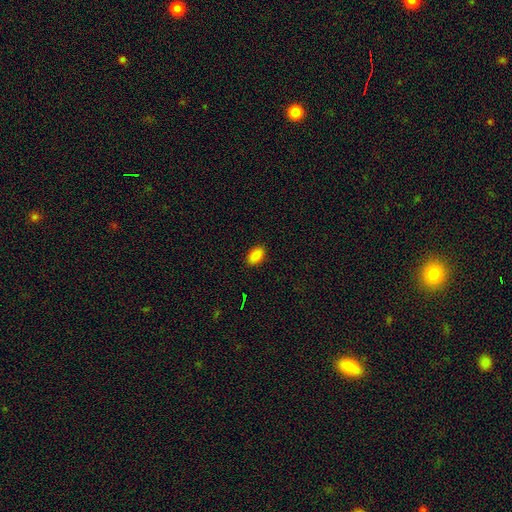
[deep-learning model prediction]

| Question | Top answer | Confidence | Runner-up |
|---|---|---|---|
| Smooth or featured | smooth | 85% | star or artifact (9%) |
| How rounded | in between | 91% | round (8%) |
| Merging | none | 90% | minor disturbance (8%) |